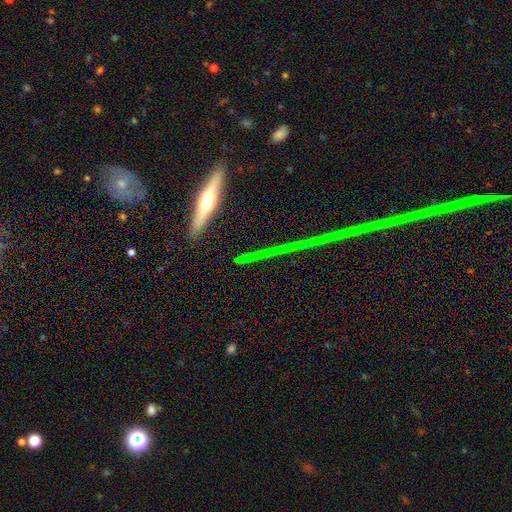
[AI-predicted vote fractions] This appears to be a featured or disk galaxy (50%). Merging: none (84%).